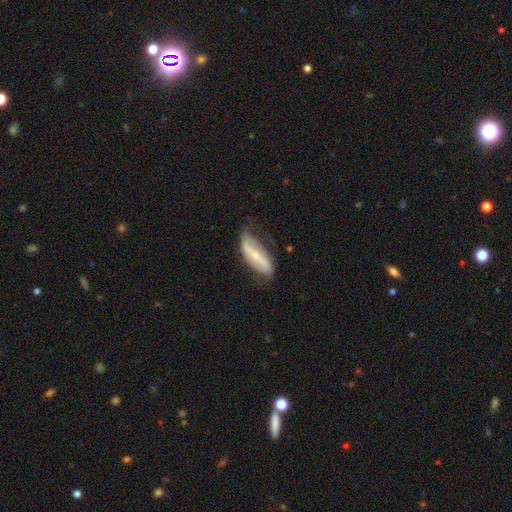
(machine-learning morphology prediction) smooth-or-featured: featured or disk: 73% | smooth: 21% | star or artifact: 6%
  disk-edge-on: no: 84% | yes: 16%
    bar: strong: 60% | weak: 23% | no: 16%
    has-spiral-arms: yes: 80% | no: 20%
    bulge-size: small: 67% | moderate: 28% | none: 2% | large: 1% | dominant: 1%
  merging: none: 62% | minor disturbance: 28% | major disturbance: 9% | merger: 2%